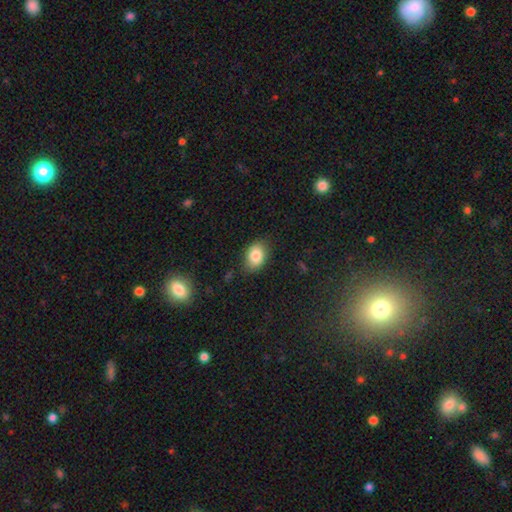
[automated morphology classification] A smooth galaxy with no disk features (83%) that is in between round and cigar-shaped (81%). Merging: none (81%).